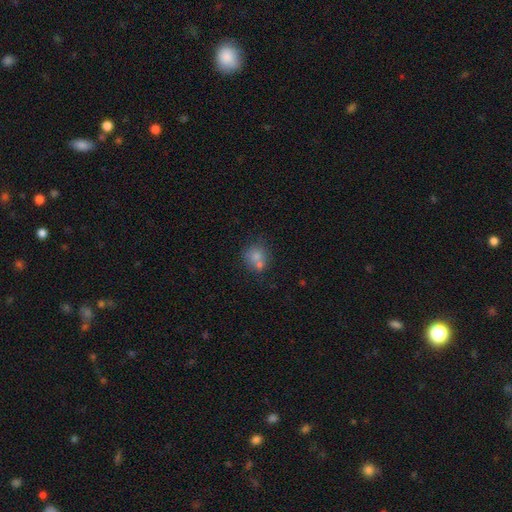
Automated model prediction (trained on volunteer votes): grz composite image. It shows a smooth galaxy with no disk features (69%) that is round (78%). Merging: none (47%).